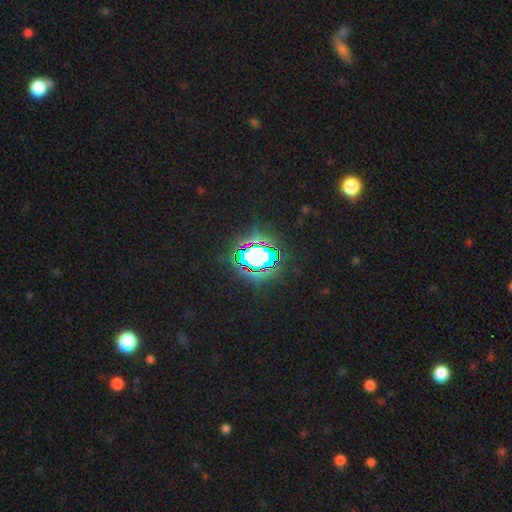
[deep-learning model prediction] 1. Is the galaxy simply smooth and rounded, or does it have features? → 62% star or artifact, 22% smooth, 16% featured or disk.